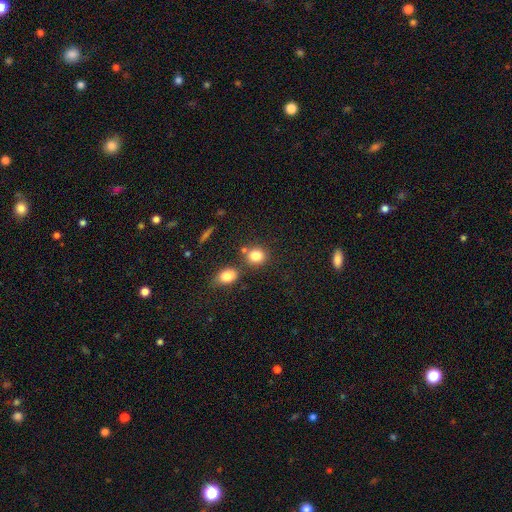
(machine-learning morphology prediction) smooth 82%, star or artifact 11%, featured or disk 7%. Down the decision tree: how rounded — round (71%); merging — none (67%).